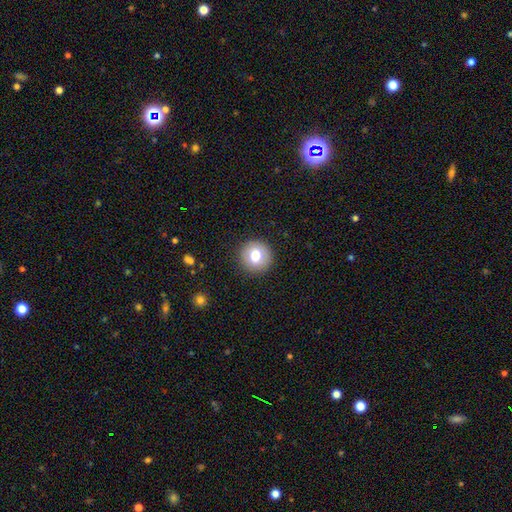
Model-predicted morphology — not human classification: Smooth or featured? smooth (76%)
How rounded? round (94%)
Merging? none (91%)